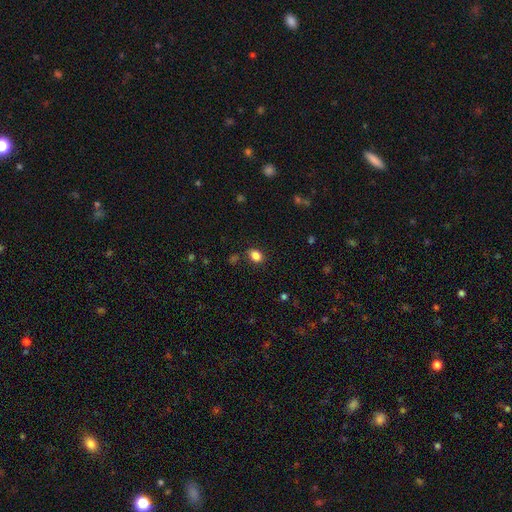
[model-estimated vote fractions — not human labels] The model was most divided on "how rounded": in between: 71%, round: 28%, cigar-shaped: 1%. More confident: smooth or featured — smooth (85%); merging — none (83%).